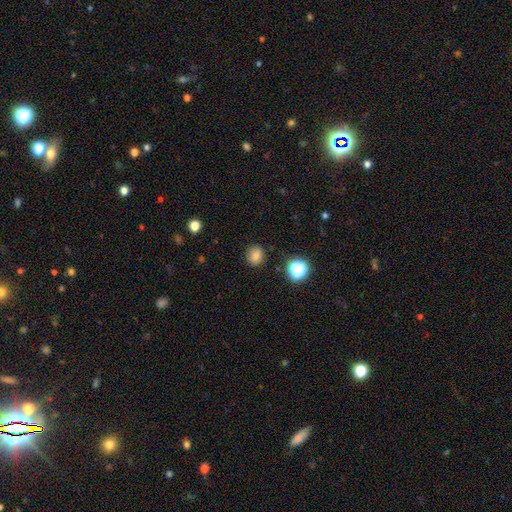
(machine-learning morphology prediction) Smooth or featured? Predicted: smooth (p=0.80). How rounded? Predicted: round (p=0.73). Merging? Predicted: none (p=0.87).